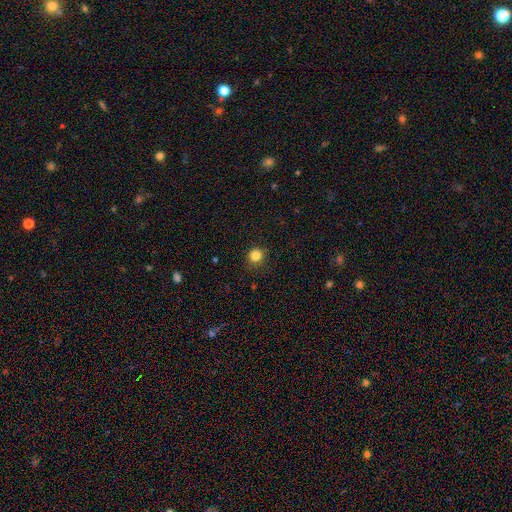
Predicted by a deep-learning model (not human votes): Overall: smooth (83%). How rounded: round (93%). Merging: none (87%).